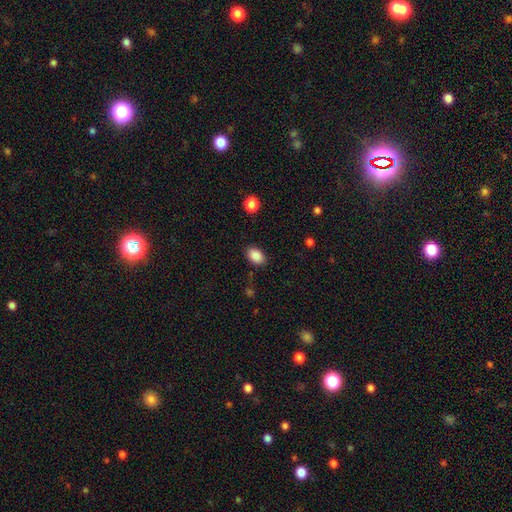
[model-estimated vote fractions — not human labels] Smooth or featured?
  - smooth: 88% *
  - star or artifact: 8%
  - featured or disk: 3%
How rounded?
  - in between: 85% *
  - round: 14%
  - cigar-shaped: 1%
Merging?
  - none: 86% *
  - minor disturbance: 10%
  - major disturbance: 3%
  - merger: 1%